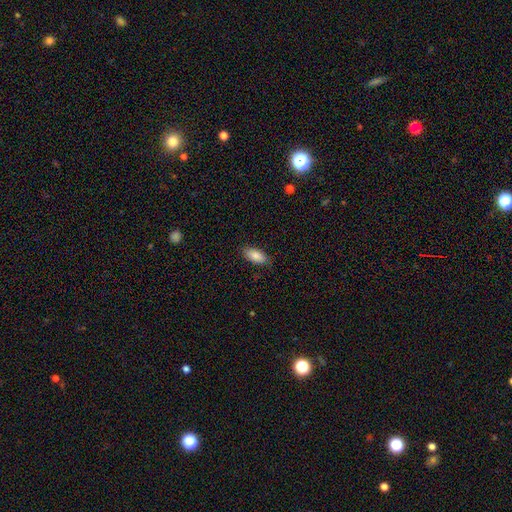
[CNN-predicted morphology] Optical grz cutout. It shows a smooth galaxy with no disk features (86%) that is in between round and cigar-shaped (90%). Merging: none (86%).